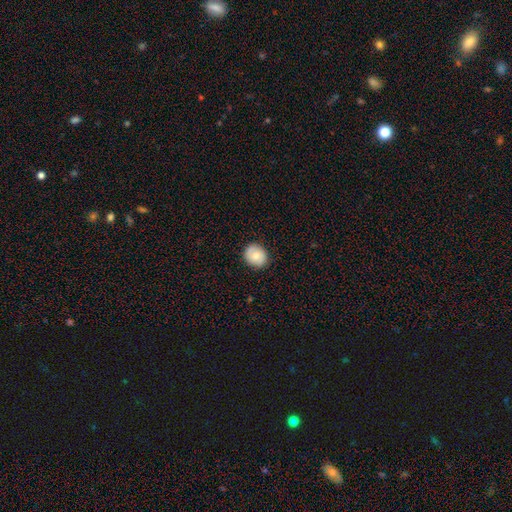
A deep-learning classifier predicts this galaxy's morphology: type=smooth (78%); roundness=round (75%); merging=none (87%).